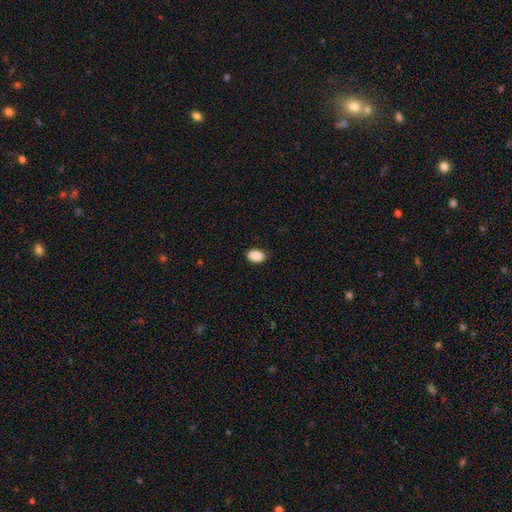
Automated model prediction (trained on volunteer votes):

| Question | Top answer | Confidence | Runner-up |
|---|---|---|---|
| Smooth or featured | smooth | 90% | star or artifact (7%) |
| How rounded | in between | 89% | round (10%) |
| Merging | none | 87% | minor disturbance (10%) |